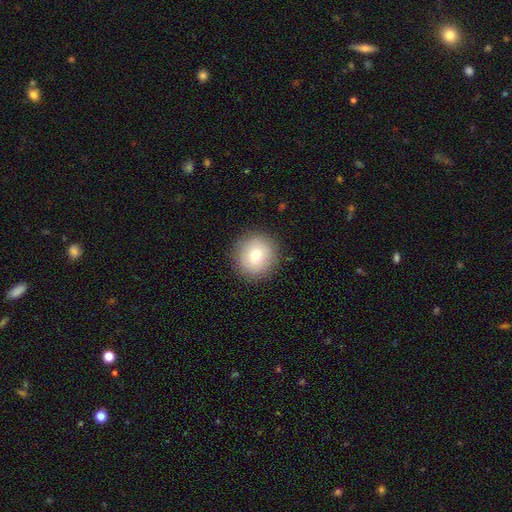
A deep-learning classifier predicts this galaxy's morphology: This is likely a smooth galaxy (76%). How rounded: clearly round (92%). Merging: clearly none (90%).